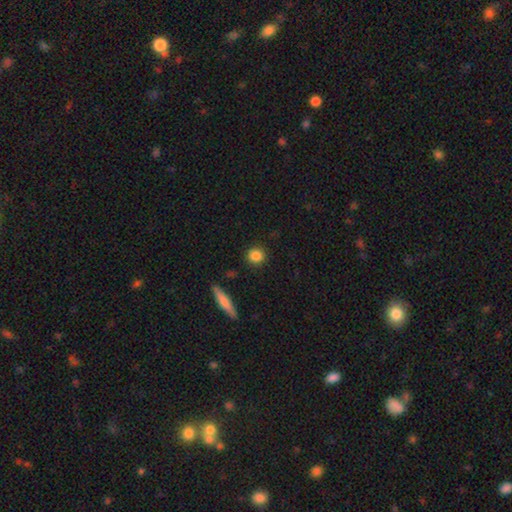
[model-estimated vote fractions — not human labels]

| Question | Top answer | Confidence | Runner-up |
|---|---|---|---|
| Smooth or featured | smooth | 86% | star or artifact (9%) |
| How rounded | round | 88% | in between (10%) |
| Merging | none | 89% | minor disturbance (7%) |